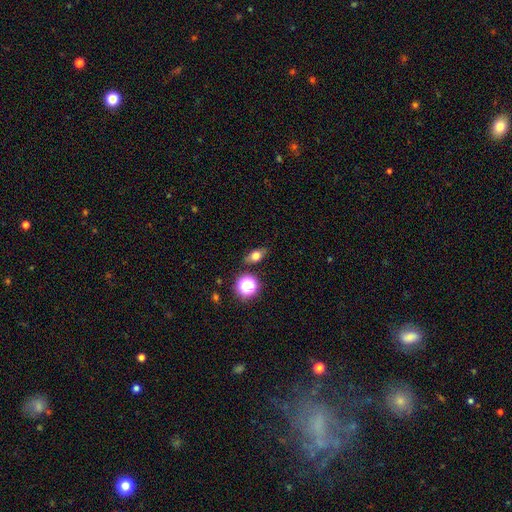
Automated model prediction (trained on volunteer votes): The model was most divided on "how rounded": in between: 69%, round: 24%, cigar-shaped: 7%. More confident: merging — none (82%); smooth or featured — smooth (67%).